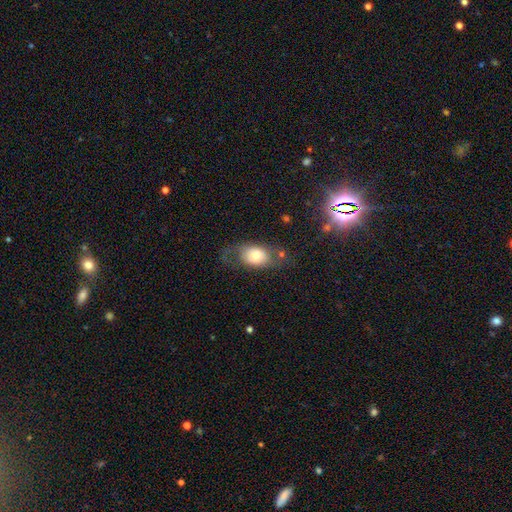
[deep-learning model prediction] Smooth or featured: smooth — 64% (featured or disk — 28%)
How rounded: in between — 71% (round — 26%)
Merging: none — 53% (minor disturbance — 22%)